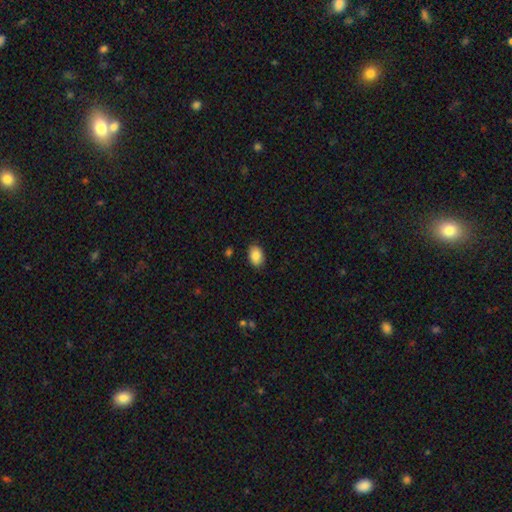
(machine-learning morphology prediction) Smooth or featured: smooth — 88% (star or artifact — 7%)
How rounded: in between — 83% (round — 16%)
Merging: none — 87% (minor disturbance — 10%)